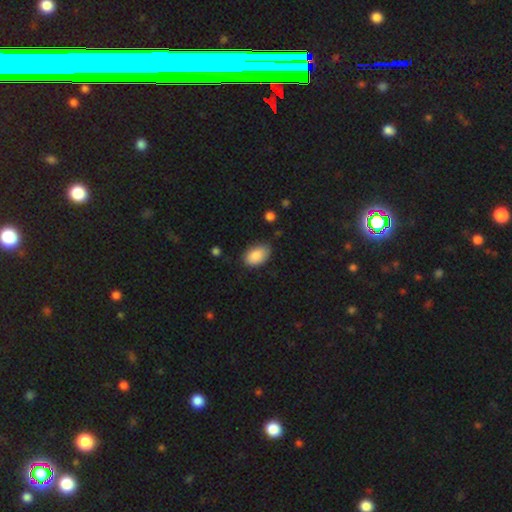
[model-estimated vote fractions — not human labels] Smooth or featured? smooth (88%)
How rounded? in between (92%)
Merging? none (70%)